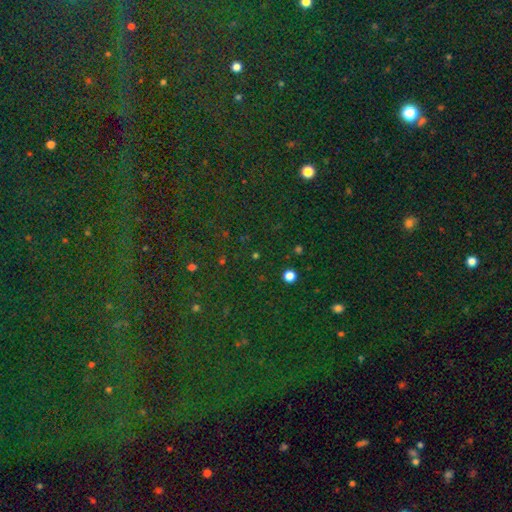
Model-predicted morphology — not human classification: Smooth or featured? star or artifact (70%)